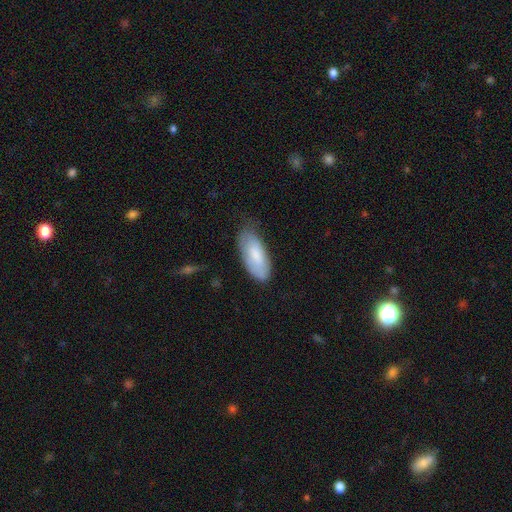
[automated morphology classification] Smooth or featured?
  - smooth: 76% *
  - featured or disk: 18%
  - star or artifact: 6%
How rounded?
  - in between: 85% *
  - cigar-shaped: 13%
  - round: 2%
Merging?
  - none: 64% *
  - minor disturbance: 29%
  - major disturbance: 6%
  - merger: 1%